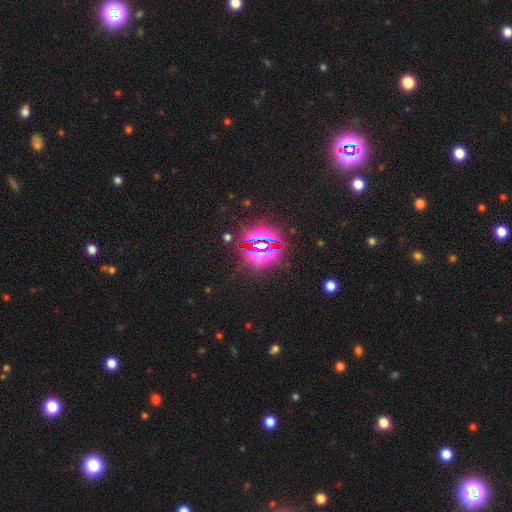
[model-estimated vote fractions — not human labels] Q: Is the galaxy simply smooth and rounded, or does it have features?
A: star or artifact — 85%.